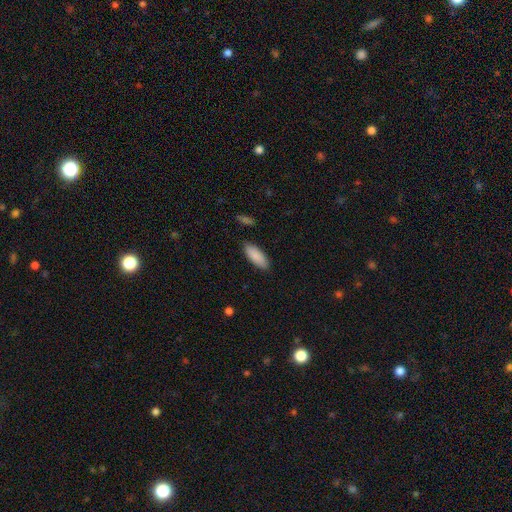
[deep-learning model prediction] This appears to be a smooth galaxy with no disk features (89%) that is in between round and cigar-shaped (76%). Merging: none (86%).